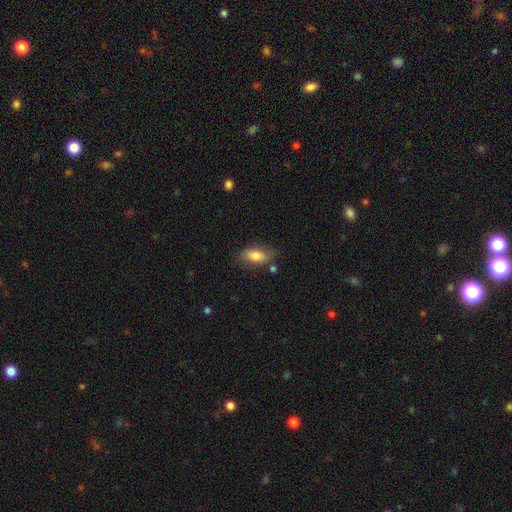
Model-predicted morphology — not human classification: This appears to be a smooth galaxy with no disk features (77%) that is in between round and cigar-shaped (88%). Merging: none (69%).